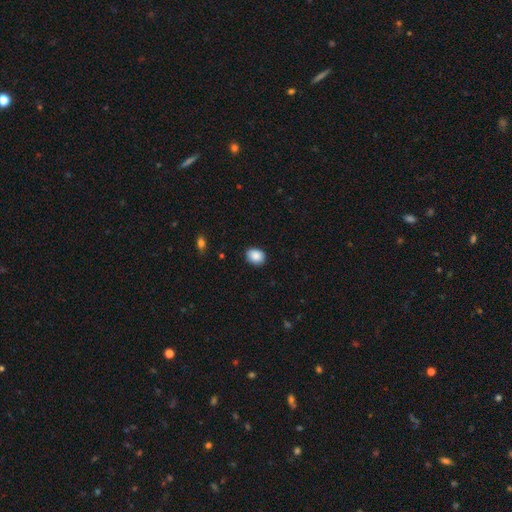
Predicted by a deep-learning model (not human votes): Q: Smooth or featured?
A: smooth (88%); runner-up: star or artifact (8%)
Q: How rounded?
A: in between (52%); runner-up: round (47%)
Q: Merging?
A: none (87%); runner-up: minor disturbance (10%)